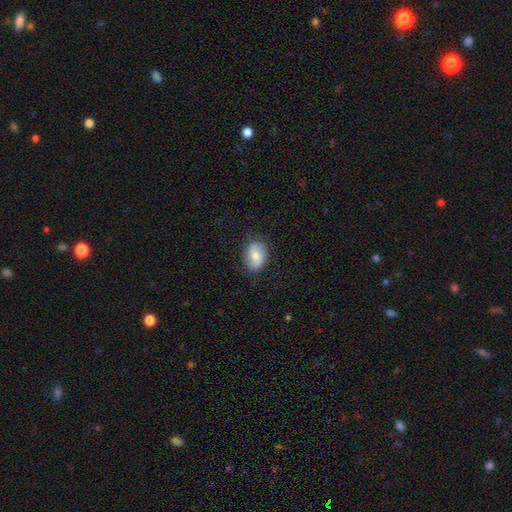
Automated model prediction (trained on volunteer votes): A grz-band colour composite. It shows a smooth galaxy with no disk features (59%) that is in between round and cigar-shaped (70%). Merging: none (79%).